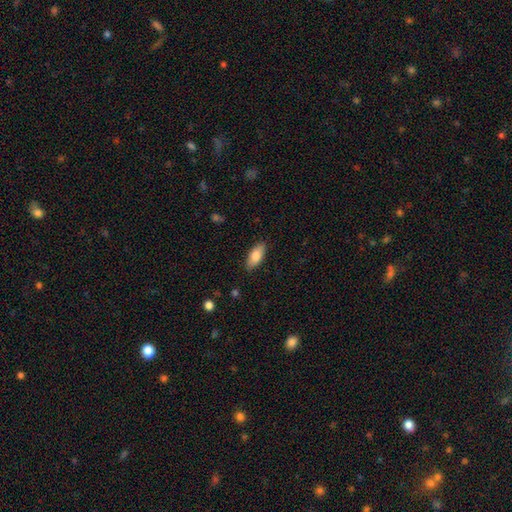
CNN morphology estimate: The model was most divided on "how rounded": in between: 84%, cigar-shaped: 14%, round: 2%. More confident: merging — none (87%); smooth or featured — smooth (82%).